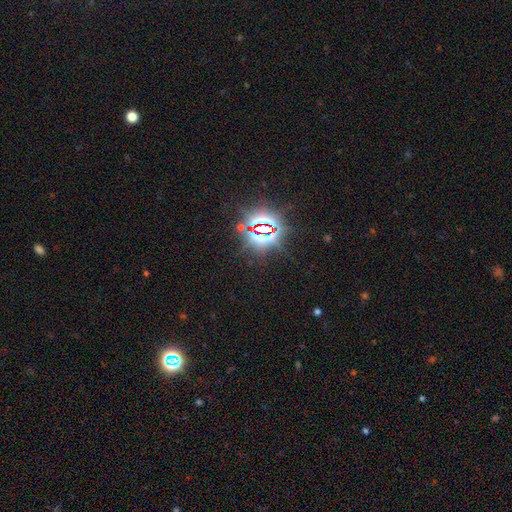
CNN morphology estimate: A star or artifact, not a galaxy (82%).